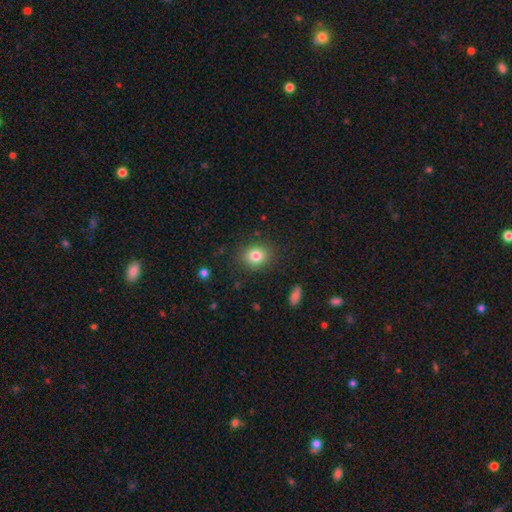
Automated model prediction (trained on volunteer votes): Morphology: type=smooth (81%); roundness=round (66%); merging=none (86%).